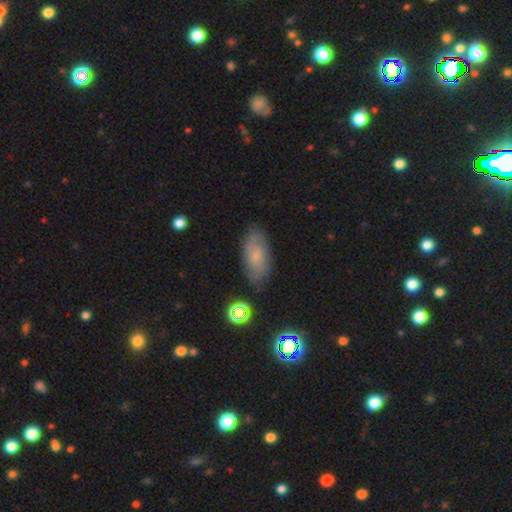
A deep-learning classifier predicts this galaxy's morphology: A smooth galaxy with no disk features (49%).

Vote fractions:
- Smooth or featured? smooth: 49% / featured or disk: 40% / star or artifact: 11%
- Merging? none: 78% / minor disturbance: 16% / major disturbance: 4% / merger: 2%